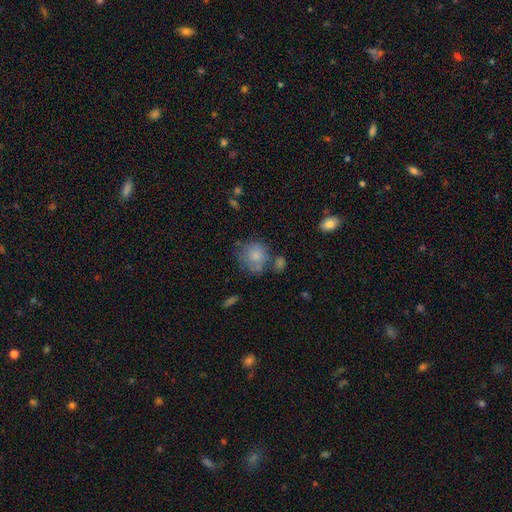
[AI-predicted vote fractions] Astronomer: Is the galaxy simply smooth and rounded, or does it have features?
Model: smooth — 76%.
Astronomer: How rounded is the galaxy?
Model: round — 82%.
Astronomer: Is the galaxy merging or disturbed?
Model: none — 49%.